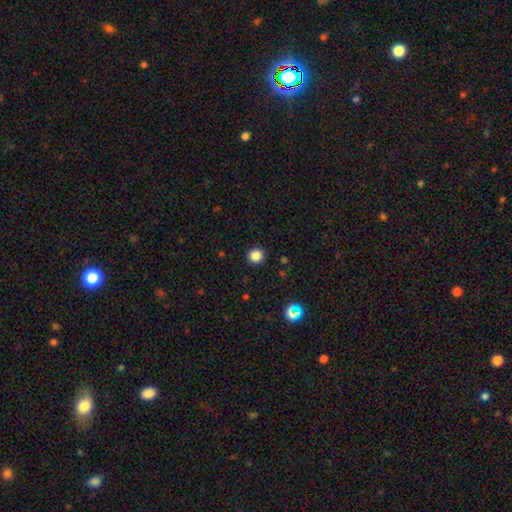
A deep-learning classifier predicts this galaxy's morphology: Q: Smooth or featured?
A: smooth (85%); runner-up: star or artifact (12%)
Q: How rounded?
A: round (92%); runner-up: in between (7%)
Q: Merging?
A: none (92%); runner-up: minor disturbance (5%)